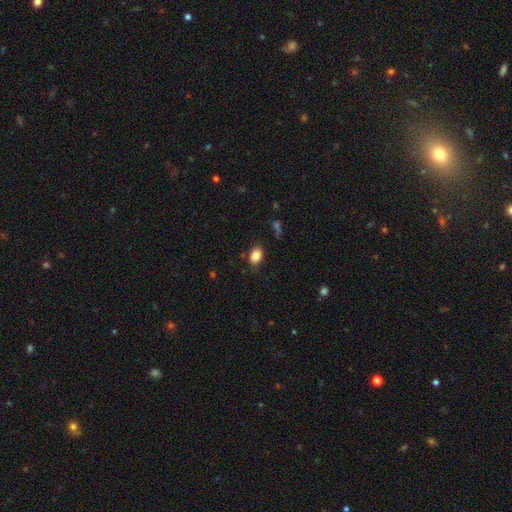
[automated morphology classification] Smooth or featured?
  - smooth: 85% *
  - star or artifact: 9%
  - featured or disk: 6%
How rounded?
  - in between: 76% *
  - round: 23%
  - cigar-shaped: 1%
Merging?
  - none: 82% *
  - minor disturbance: 13%
  - major disturbance: 3%
  - merger: 2%